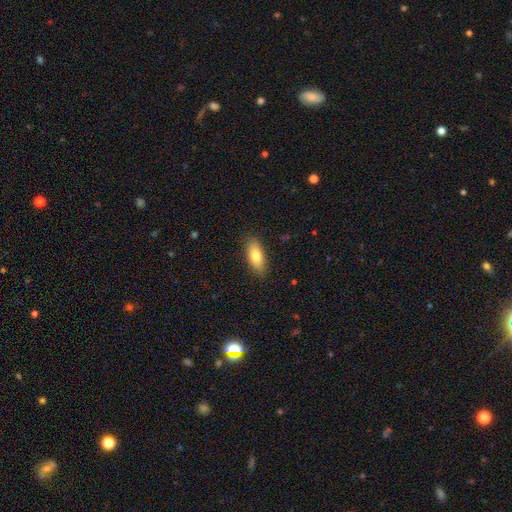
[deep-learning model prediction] smooth 80%, featured or disk 14%, star or artifact 7%. Down the decision tree: how rounded — in between (79%); merging — none (86%).